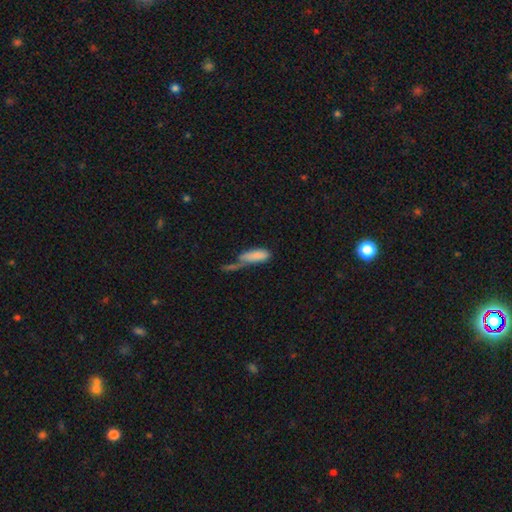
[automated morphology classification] This is likely a smooth galaxy (79%). How rounded: likely in between (63%). Merging: marginally merger (30%).